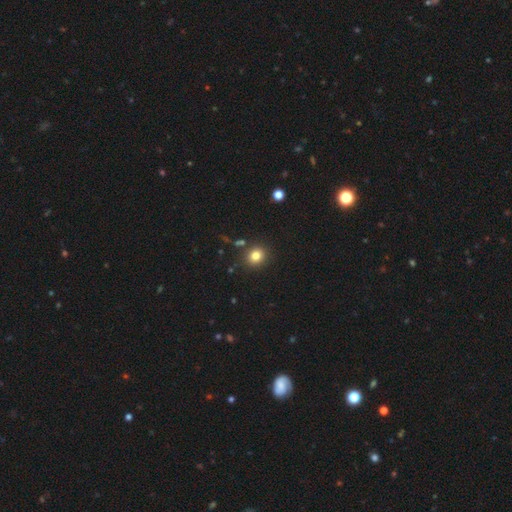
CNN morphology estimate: smooth_or_featured: smooth (p=0.80) [alt: star or artifact p=0.13]
how_rounded: round (p=0.85) [alt: in between p=0.14]
merging: none (p=0.86) [alt: minor disturbance p=0.08]